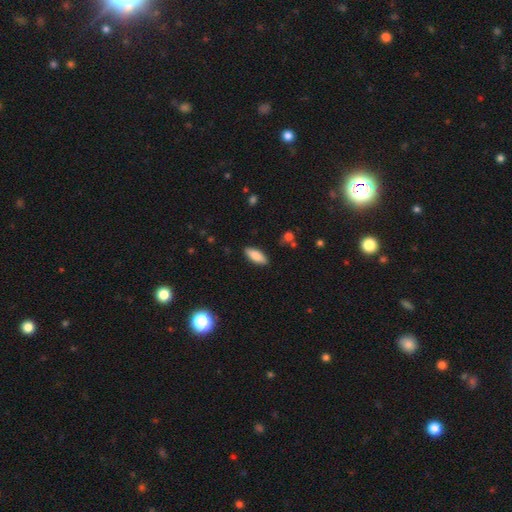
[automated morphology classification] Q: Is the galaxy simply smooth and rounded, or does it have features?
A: smooth — 84%.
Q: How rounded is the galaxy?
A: in between — 78%.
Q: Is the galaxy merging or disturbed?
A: none — 87%.